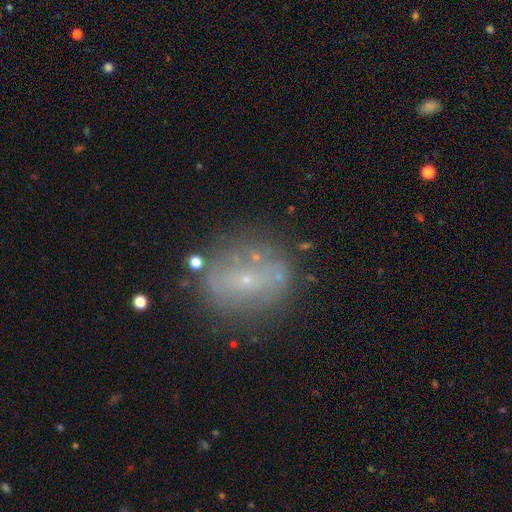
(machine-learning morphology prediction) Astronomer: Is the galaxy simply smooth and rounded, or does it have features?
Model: featured or disk — 50% (runner-up: smooth, 35%).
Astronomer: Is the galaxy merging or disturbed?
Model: none — 63%.